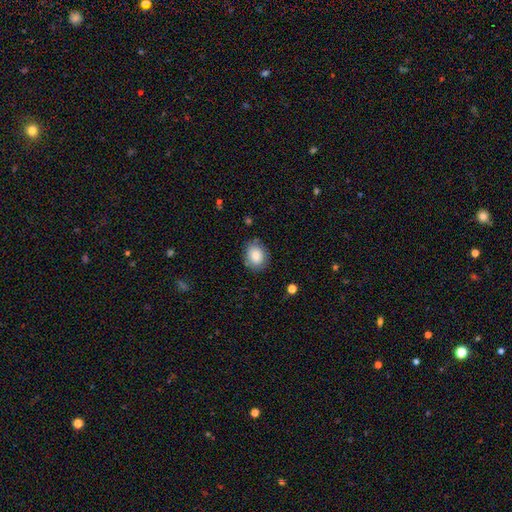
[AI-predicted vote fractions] Smooth or featured: smooth — 82% (featured or disk — 10%)
How rounded: in between — 52% (round — 47%)
Merging: none — 80% (minor disturbance — 15%)